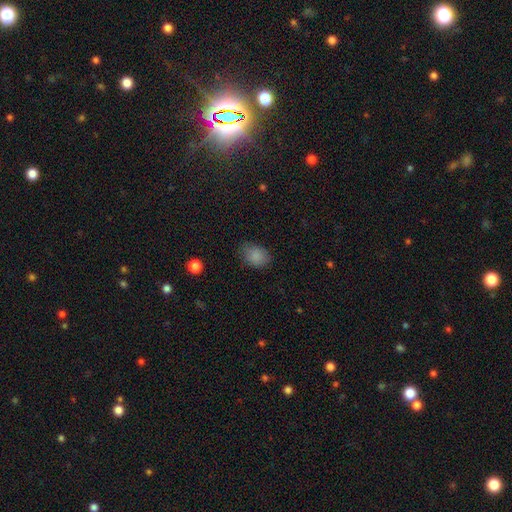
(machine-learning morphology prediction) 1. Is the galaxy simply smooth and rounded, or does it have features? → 85% smooth, 10% star or artifact, 5% featured or disk.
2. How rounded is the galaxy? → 64% in between, 35% round, 1% cigar-shaped.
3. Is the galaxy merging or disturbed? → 68% none, 25% minor disturbance, 6% major disturbance, 1% merger.